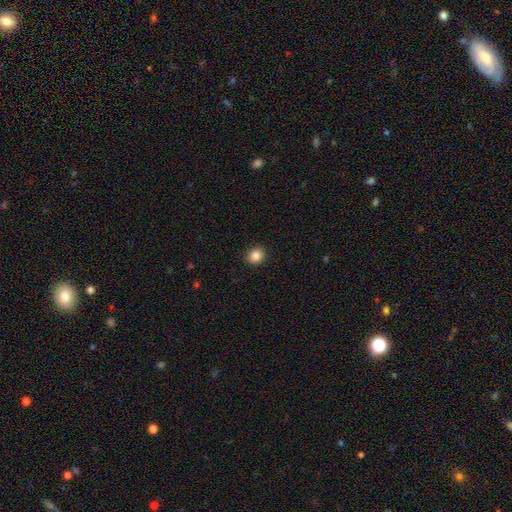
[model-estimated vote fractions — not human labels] A smooth galaxy with no disk features (86%) that is round (78%).

Vote fractions:
- Smooth or featured? smooth: 86% / star or artifact: 10% / featured or disk: 4%
- How rounded? round: 78% / in between: 21% / cigar-shaped: 1%
- Merging? none: 91% / minor disturbance: 6% / major disturbance: 2% / merger: 1%